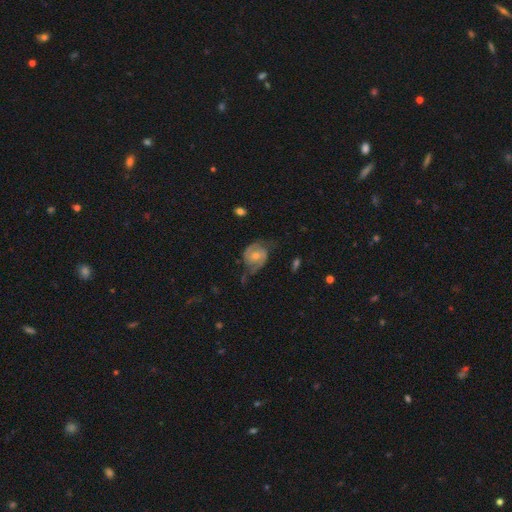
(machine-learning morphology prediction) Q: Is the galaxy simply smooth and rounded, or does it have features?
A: featured or disk — 80%.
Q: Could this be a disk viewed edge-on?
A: no — 97%.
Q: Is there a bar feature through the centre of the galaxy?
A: no — 60%.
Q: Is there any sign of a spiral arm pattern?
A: yes — 94%.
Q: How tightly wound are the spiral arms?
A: medium — 48%.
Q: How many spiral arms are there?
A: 2 — 87%.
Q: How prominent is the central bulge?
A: small — 47%, tied with moderate.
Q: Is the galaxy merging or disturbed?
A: none — 58%.